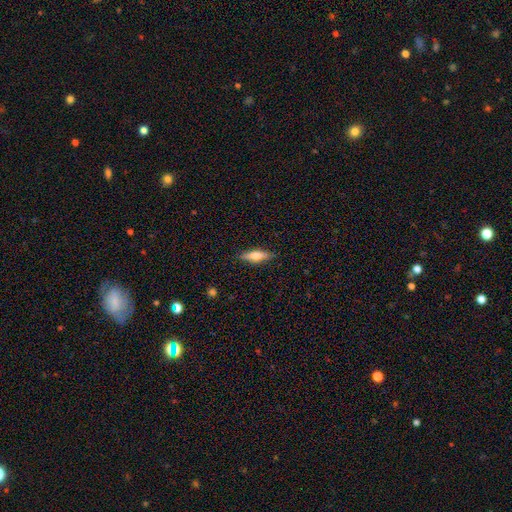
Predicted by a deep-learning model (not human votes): This appears to be a smooth galaxy with no disk features (51%) that is cigar-shaped (61%). Merging: none (87%).